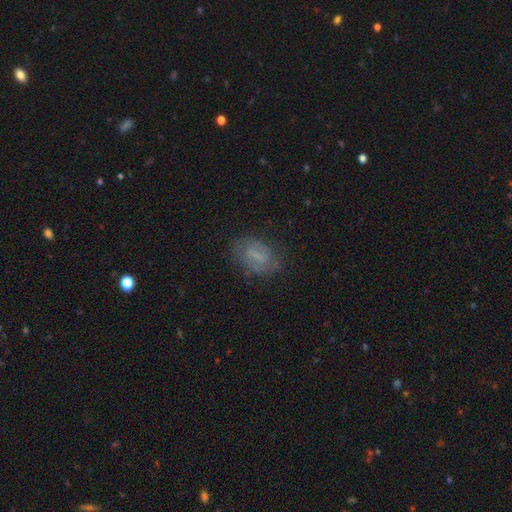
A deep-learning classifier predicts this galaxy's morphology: Overall: smooth (45%; featured or disk 41%). Merging: none (75%).